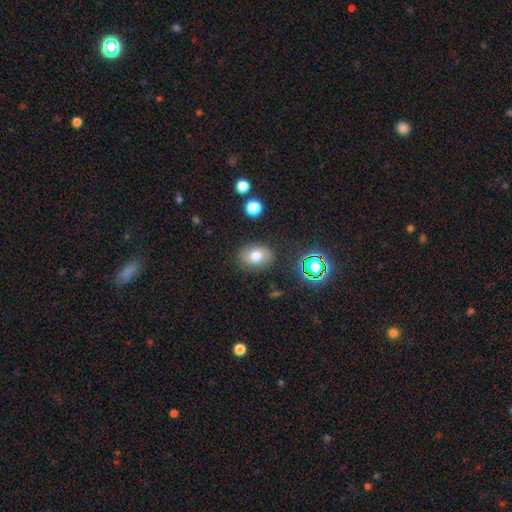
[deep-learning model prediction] Smooth or featured? Predicted: smooth (p=0.67). How rounded? Predicted: in between (p=0.65). Merging? Predicted: none (p=0.81).